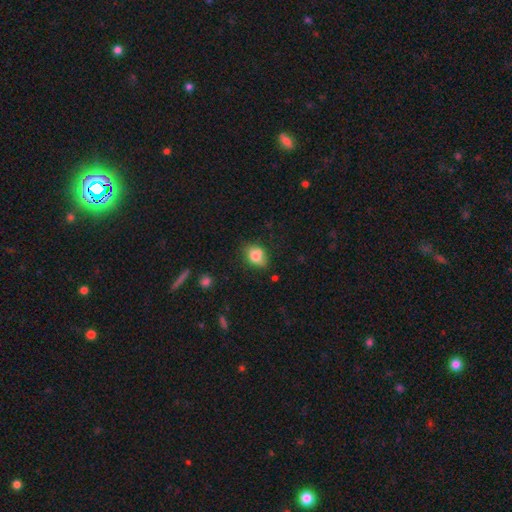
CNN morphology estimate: This is likely a smooth galaxy (78%). How rounded: likely in between (61%). Merging: possibly none (59%).